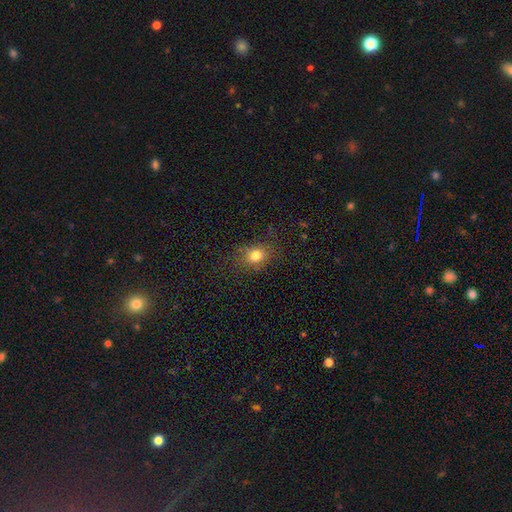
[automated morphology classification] smooth-or-featured: smooth: 78% | star or artifact: 14% | featured or disk: 7%
  how-rounded: round: 54% | in between: 44% | cigar-shaped: 2%
  merging: none: 80% | minor disturbance: 14% | major disturbance: 5% | merger: 1%